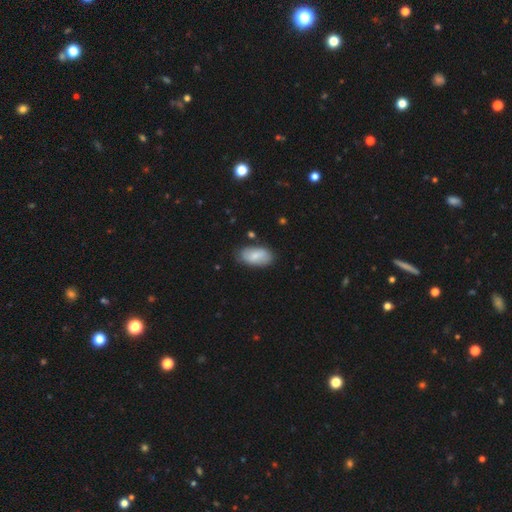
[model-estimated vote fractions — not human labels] Overall: smooth (75%). How rounded: in between (94%). Merging: none (77%).